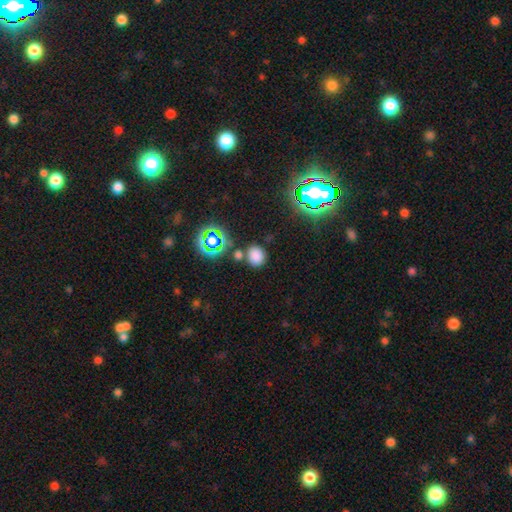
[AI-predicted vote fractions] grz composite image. It shows a smooth galaxy with no disk features (76%) that is round (76%). Merging: none (74%).